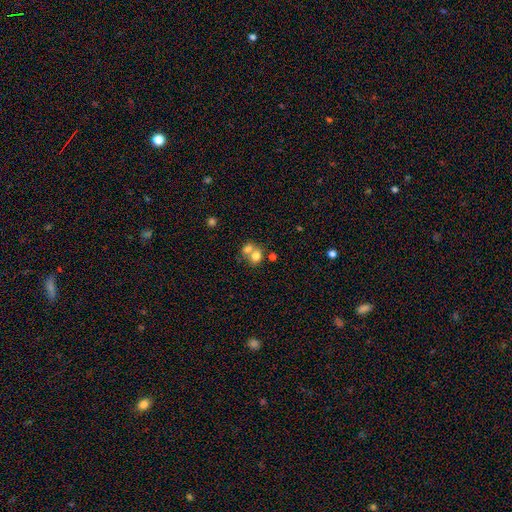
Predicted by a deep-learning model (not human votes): smooth_or_featured: smooth (p=0.73) [alt: featured or disk p=0.16]
how_rounded: round (p=0.60) [alt: in between p=0.39]
merging: merger (p=0.61) [alt: none p=0.28]